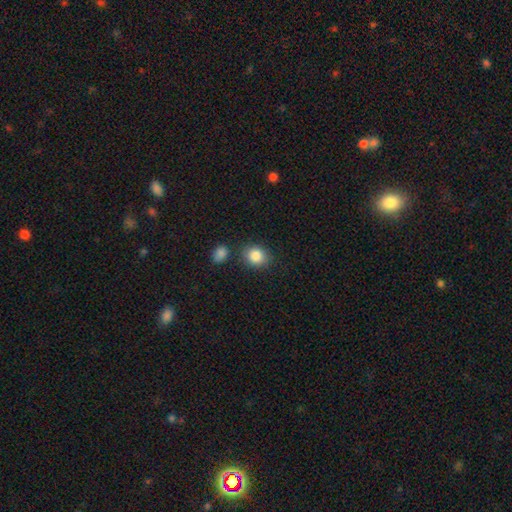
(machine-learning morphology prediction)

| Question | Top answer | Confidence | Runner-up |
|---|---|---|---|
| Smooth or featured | smooth | 86% | star or artifact (9%) |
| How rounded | round | 66% | in between (33%) |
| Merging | none | 78% | minor disturbance (12%) |